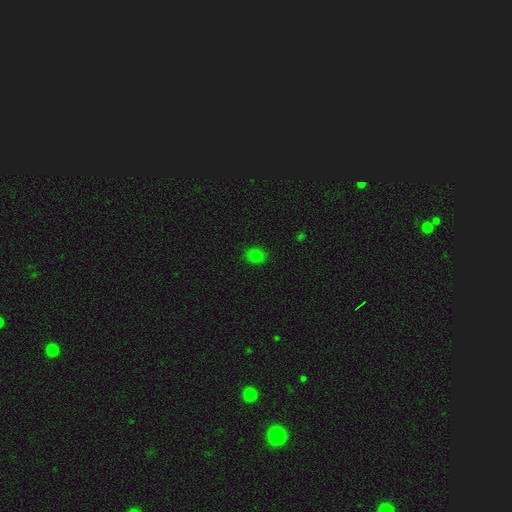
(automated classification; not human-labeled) This appears to be a smooth galaxy with no disk features (79%) that is round (70%). Merging: none (88%).